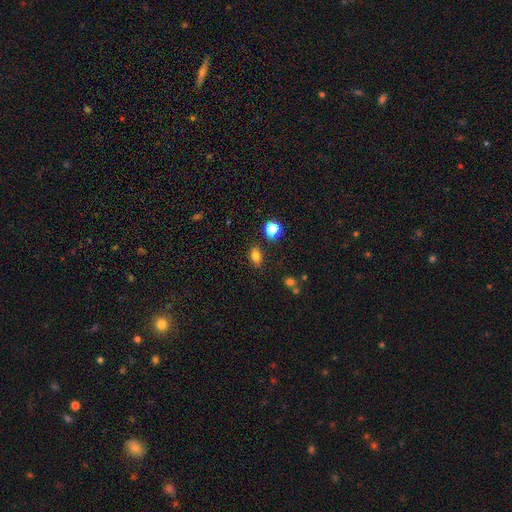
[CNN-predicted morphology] Smooth or featured? Predicted: smooth (p=0.80). How rounded? Predicted: in between (p=0.72). Merging? Predicted: none (p=0.83).